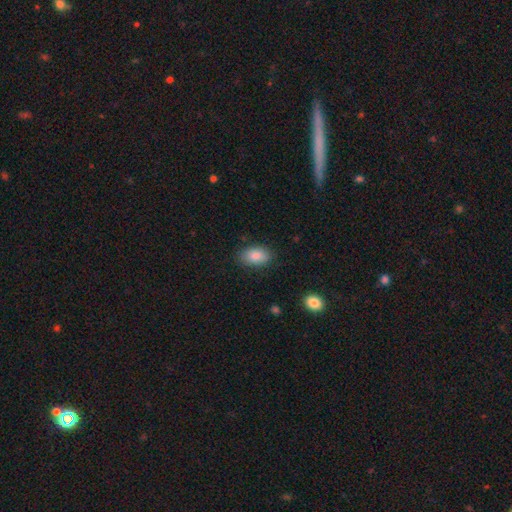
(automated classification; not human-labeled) Overall: smooth (84%). How rounded: in between (90%). Merging: none (84%).